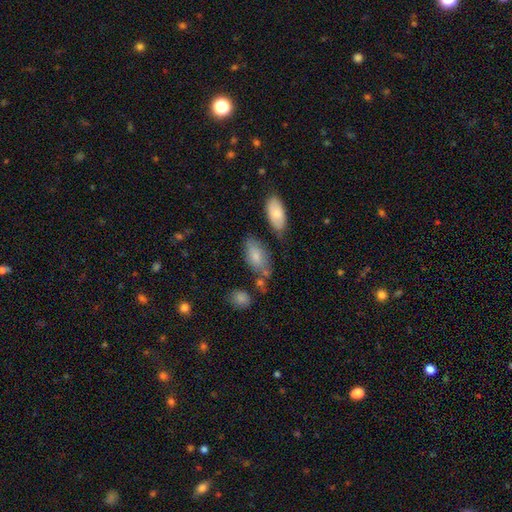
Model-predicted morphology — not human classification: Q: Smooth or featured?
A: smooth (77%); runner-up: featured or disk (16%)
Q: How rounded?
A: in between (92%); runner-up: cigar-shaped (5%)
Q: Merging?
A: none (54%); runner-up: minor disturbance (25%)